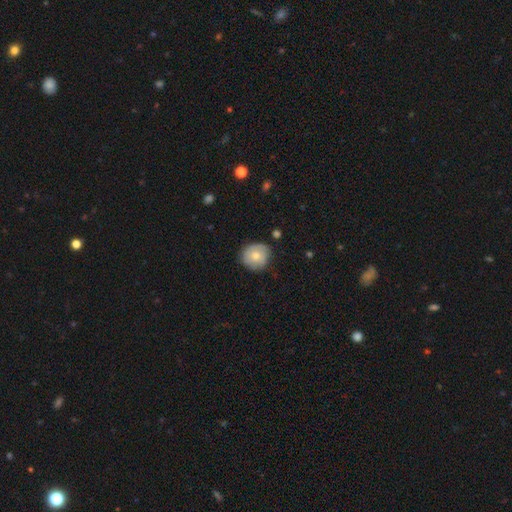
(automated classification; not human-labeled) A smooth galaxy with no disk features (68%) that is round (86%). Merging: none (76%).